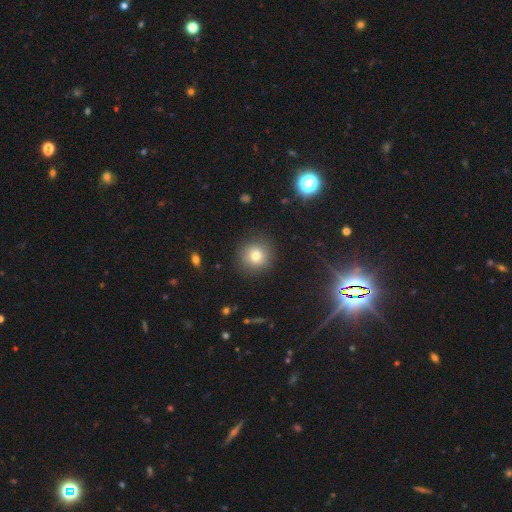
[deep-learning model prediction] A smooth galaxy with no disk features (78%) that is round (91%).

Vote fractions:
- Smooth or featured? smooth: 78% / star or artifact: 12% / featured or disk: 10%
- How rounded? round: 91% / in between: 8% / cigar-shaped: 1%
- Merging? none: 88% / minor disturbance: 8% / major disturbance: 3% / merger: 1%